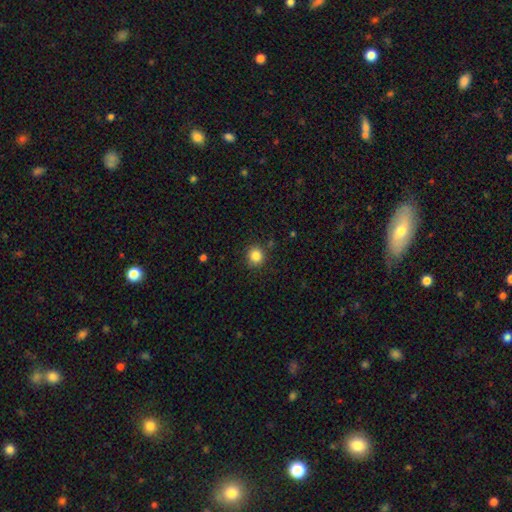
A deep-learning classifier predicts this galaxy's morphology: Smooth or featured?
  - smooth: 84% *
  - star or artifact: 11%
  - featured or disk: 5%
How rounded?
  - round: 90% *
  - in between: 9%
  - cigar-shaped: 1%
Merging?
  - none: 88% *
  - minor disturbance: 8%
  - major disturbance: 2%
  - merger: 2%